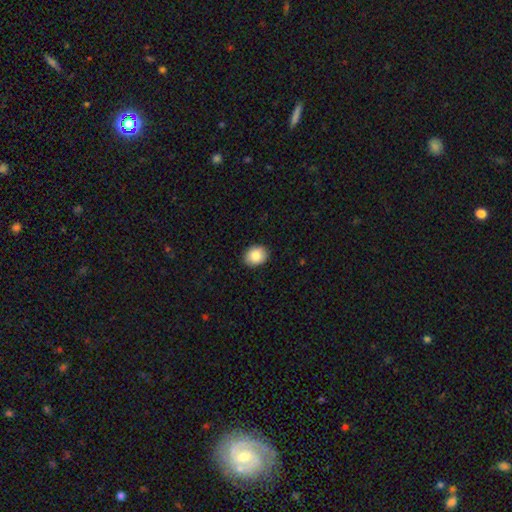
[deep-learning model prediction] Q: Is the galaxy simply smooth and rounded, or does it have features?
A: smooth — 86%.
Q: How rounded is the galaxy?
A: in between — 51%.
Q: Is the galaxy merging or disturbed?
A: none — 89%.